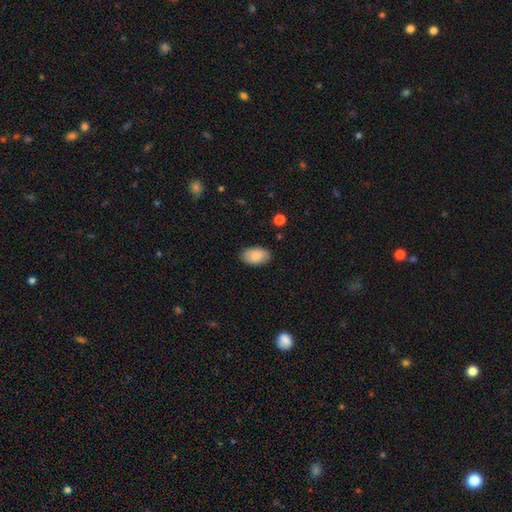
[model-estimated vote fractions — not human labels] Smooth or featured?
  - smooth: 86% *
  - featured or disk: 8%
  - star or artifact: 6%
How rounded?
  - in between: 93% *
  - round: 5%
  - cigar-shaped: 1%
Merging?
  - none: 86% *
  - minor disturbance: 11%
  - major disturbance: 2%
  - merger: 1%